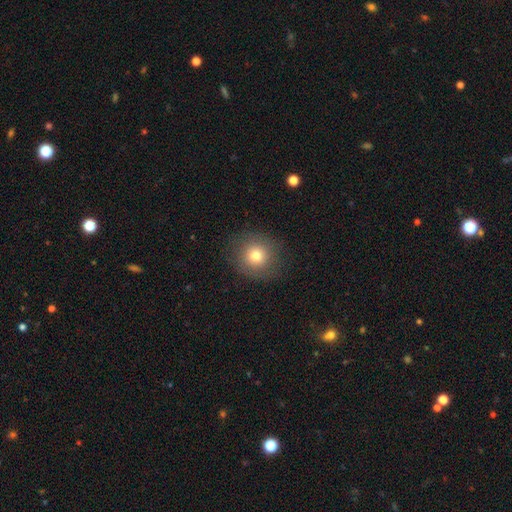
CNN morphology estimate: smooth 75%, star or artifact 12%, featured or disk 12%. Down the decision tree: how rounded — round (89%); merging — none (86%).